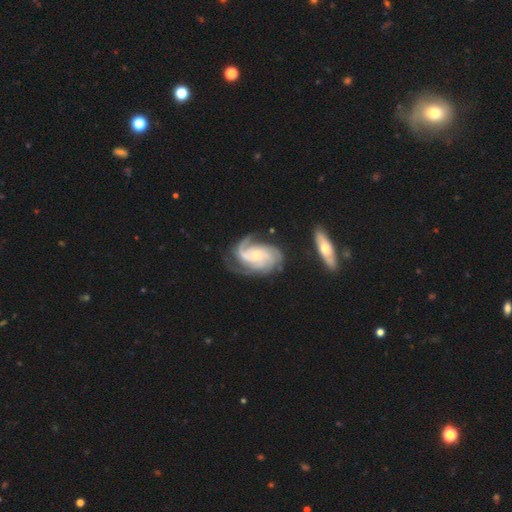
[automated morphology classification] Smooth or featured? Predicted: featured or disk (p=0.91). Edge-on disk? Predicted: no (p=0.97). Bar? Predicted: no (p=0.69). Spiral arms? Predicted: yes (p=0.98). Spiral winding? Predicted: tight (p=0.57). Spiral arm count? Predicted: 3 (p=0.41). Bulge size? Predicted: small (p=0.63). Merging? Predicted: none (p=0.64).